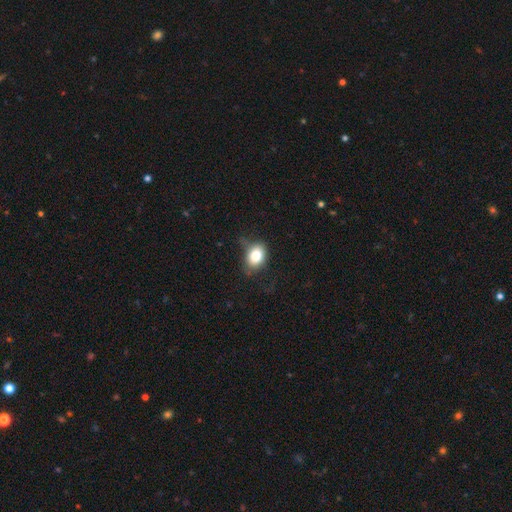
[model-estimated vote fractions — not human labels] The model was most divided on "merging": none: 57%, minor disturbance: 29%, major disturbance: 12%, merger: 2%. More confident: smooth or featured — smooth (79%); how rounded — in between (68%).